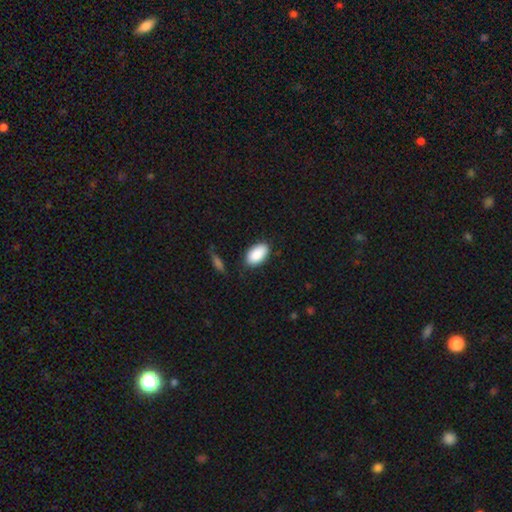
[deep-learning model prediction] smooth-or-featured: smooth: 89% | star or artifact: 6% | featured or disk: 5%
  how-rounded: in between: 94% | round: 4% | cigar-shaped: 2%
  merging: none: 83% | minor disturbance: 12% | major disturbance: 3% | merger: 2%